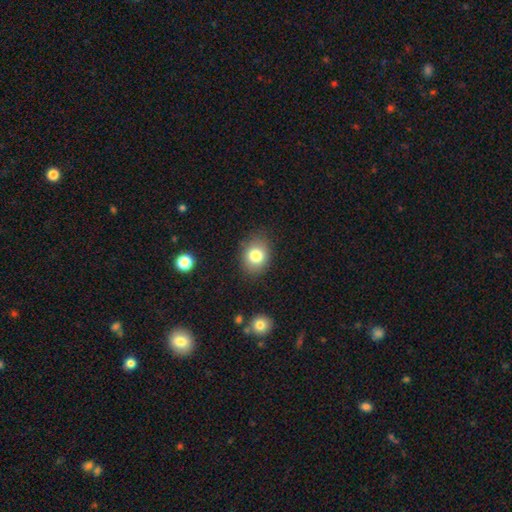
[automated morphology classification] Smooth or featured? Predicted: smooth (p=0.81). How rounded? Predicted: round (p=0.54). Merging? Predicted: none (p=0.82).